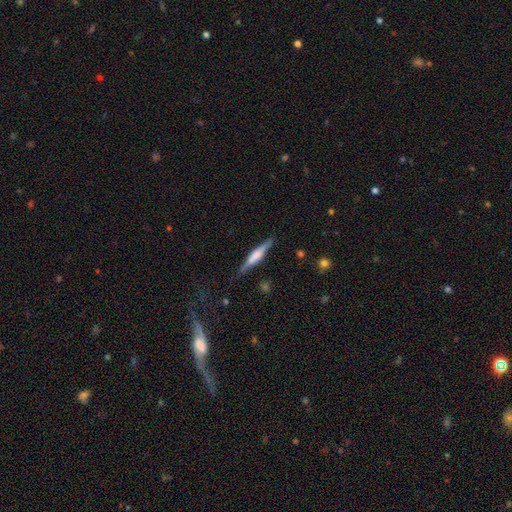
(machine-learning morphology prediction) smooth_or_featured: featured or disk (p=0.56) [alt: smooth p=0.38]
disk_edge_on: yes (p=0.97) [alt: no p=0.03]
edge_on_bulge: rounded (p=0.43) [alt: boxy p=0.41]
merging: none (p=0.84) [alt: minor disturbance p=0.12]